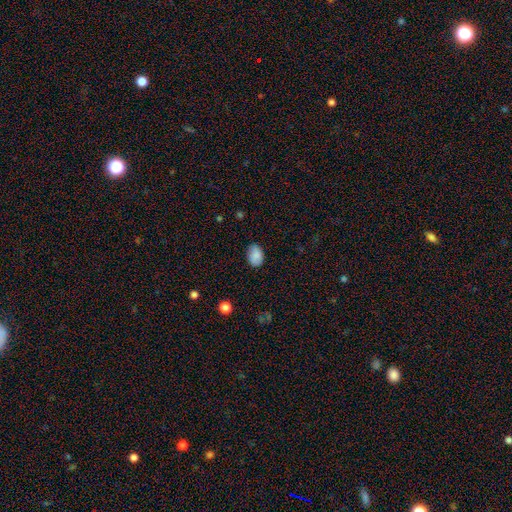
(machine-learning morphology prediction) Smooth or featured? smooth (86%)
How rounded? in between (81%)
Merging? none (78%)